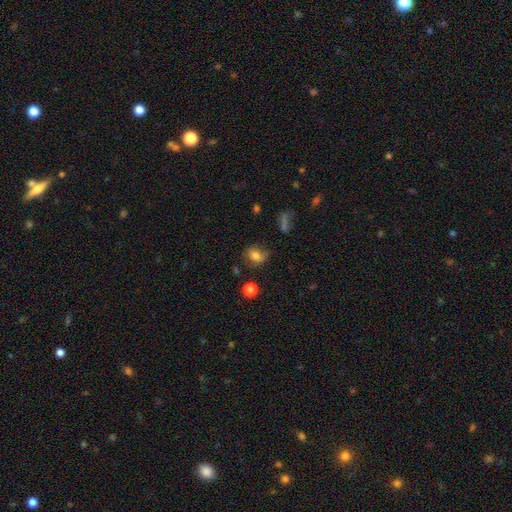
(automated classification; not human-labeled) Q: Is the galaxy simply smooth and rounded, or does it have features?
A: smooth — 74%.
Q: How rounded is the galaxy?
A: in between — 56%.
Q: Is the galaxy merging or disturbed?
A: none — 60%.